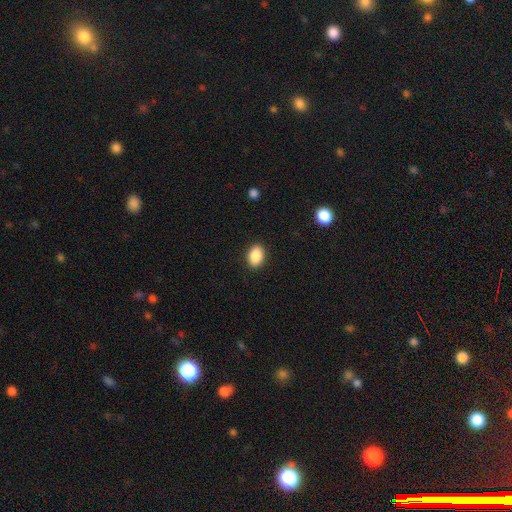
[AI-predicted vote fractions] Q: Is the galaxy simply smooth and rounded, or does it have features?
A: smooth — 89%.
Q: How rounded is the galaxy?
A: in between — 82%.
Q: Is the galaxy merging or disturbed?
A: none — 90%.